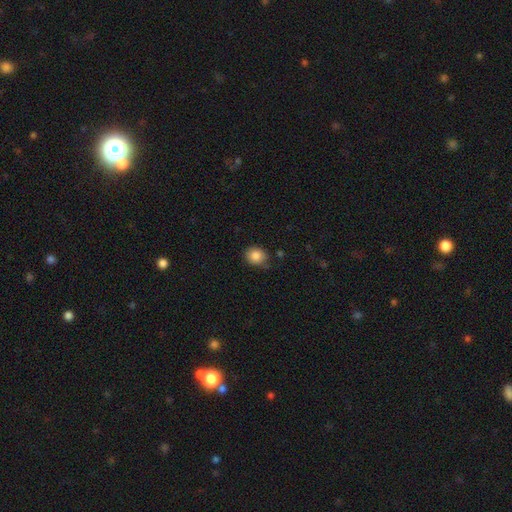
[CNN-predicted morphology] The model was most divided on "how rounded": round: 71%, in between: 29%, cigar-shaped: 1%. More confident: smooth or featured — smooth (86%); merging — none (77%).